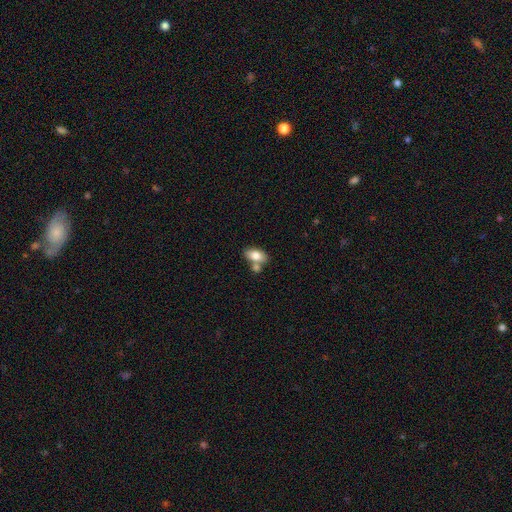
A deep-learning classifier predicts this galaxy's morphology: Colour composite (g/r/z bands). It shows a smooth galaxy with no disk features (79%) that is in between round and cigar-shaped (90%). Merging: none (50%).